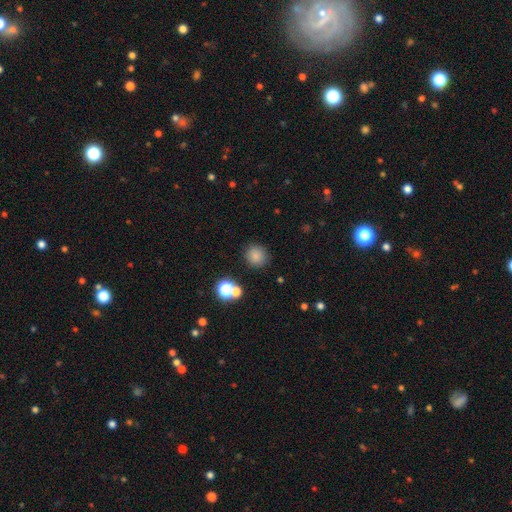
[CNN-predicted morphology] Smooth or featured?
  - smooth: 81% *
  - star or artifact: 14%
  - featured or disk: 5%
How rounded?
  - round: 91% *
  - in between: 8%
  - cigar-shaped: 1%
Merging?
  - none: 85% *
  - minor disturbance: 8%
  - merger: 4%
  - major disturbance: 3%